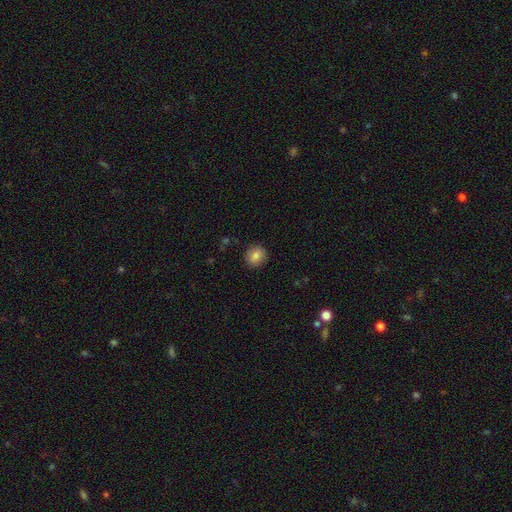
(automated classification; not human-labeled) Q: Smooth or featured?
A: smooth (82%); runner-up: star or artifact (9%)
Q: How rounded?
A: round (86%); runner-up: in between (13%)
Q: Merging?
A: none (90%); runner-up: minor disturbance (7%)